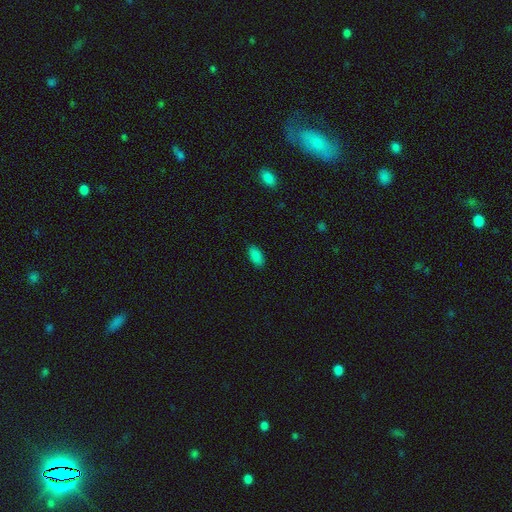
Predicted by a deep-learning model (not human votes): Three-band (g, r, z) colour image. It shows a smooth galaxy with no disk features (87%) that is in between round and cigar-shaped (92%). Merging: none (88%).